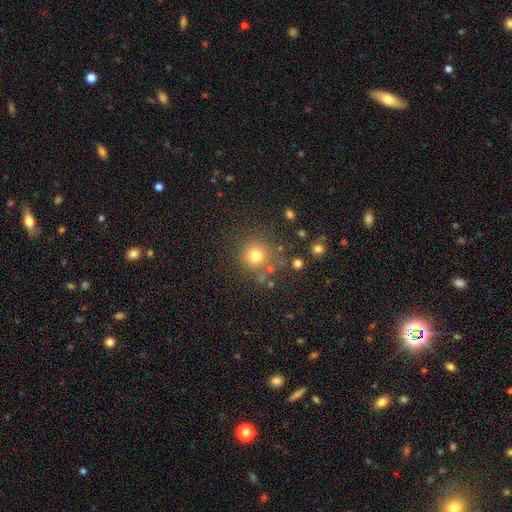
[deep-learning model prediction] Q: Smooth or featured?
A: smooth (75%); runner-up: star or artifact (17%)
Q: How rounded?
A: round (94%); runner-up: in between (5%)
Q: Merging?
A: none (80%); runner-up: minor disturbance (10%)